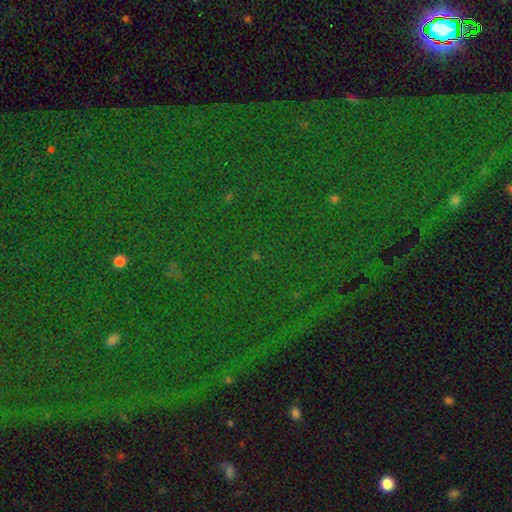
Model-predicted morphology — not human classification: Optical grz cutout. It shows a star or artifact, not a galaxy (81%).